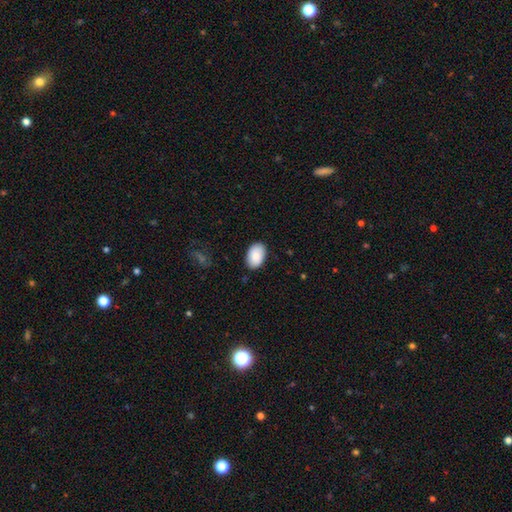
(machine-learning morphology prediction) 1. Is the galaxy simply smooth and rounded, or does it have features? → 88% smooth, 6% star or artifact, 5% featured or disk.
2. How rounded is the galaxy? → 90% in between, 9% round, 1% cigar-shaped.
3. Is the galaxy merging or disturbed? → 86% none, 11% minor disturbance, 2% major disturbance, 1% merger.